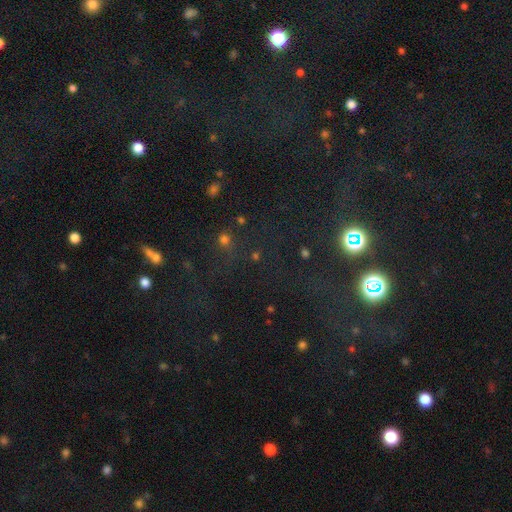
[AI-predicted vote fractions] smooth-or-featured: star or artifact: 62% | smooth: 29% | featured or disk: 9%